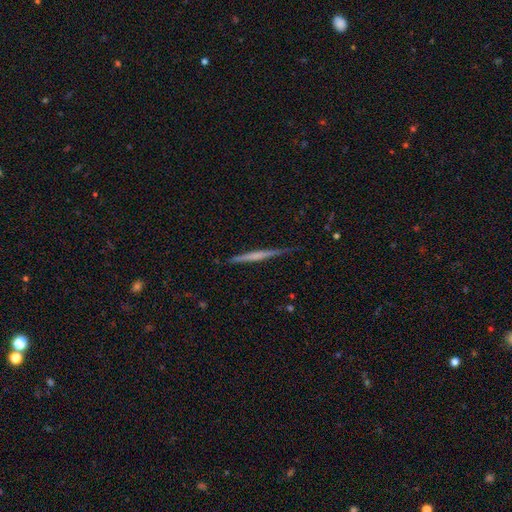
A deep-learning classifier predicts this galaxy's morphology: Q: Smooth or featured?
A: featured or disk (60%); runner-up: smooth (35%)
Q: Edge-on disk?
A: yes (98%); runner-up: no (2%)
Q: Edge-on bulge?
A: none (64%); runner-up: rounded (23%)
Q: Merging?
A: none (85%); runner-up: minor disturbance (12%)